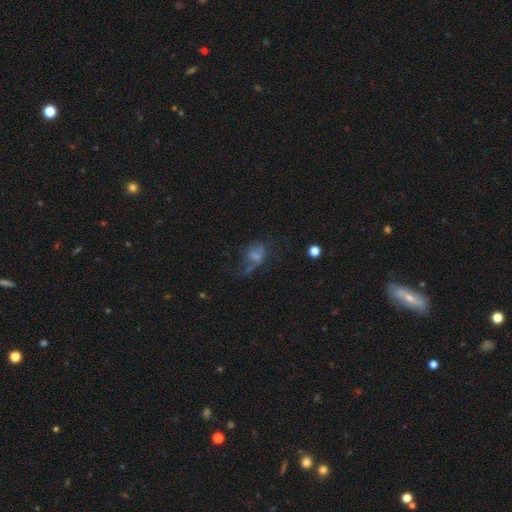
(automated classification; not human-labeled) Smooth or featured? Predicted: featured or disk (p=0.40). Merging? Predicted: major disturbance (p=0.42).